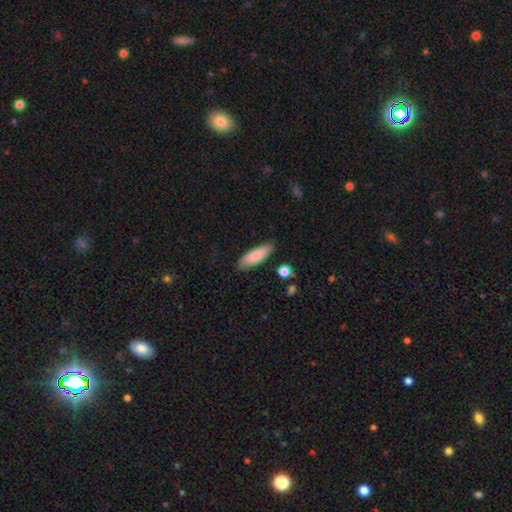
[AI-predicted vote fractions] smooth_or_featured: smooth (p=0.86) [alt: featured or disk p=0.08]
how_rounded: in between (p=0.57) [alt: cigar-shaped p=0.41]
merging: none (p=0.83) [alt: minor disturbance p=0.13]